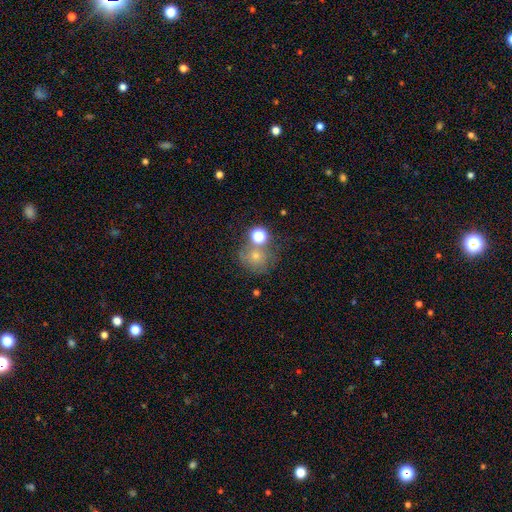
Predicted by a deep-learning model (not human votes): Smooth or featured? Predicted: smooth (p=0.54). How rounded? Predicted: round (p=0.84). Merging? Predicted: none (p=0.55).